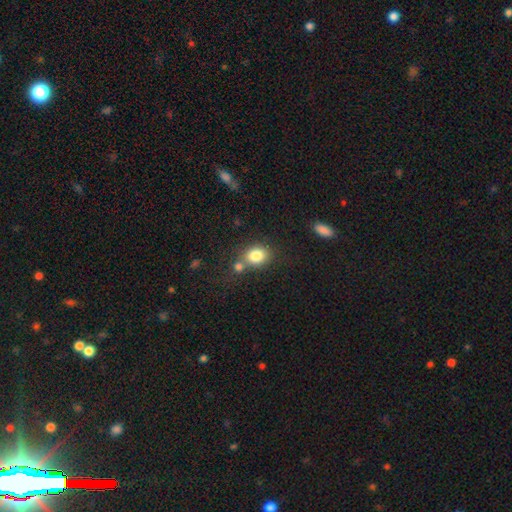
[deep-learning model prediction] smooth-or-featured: smooth: 81% | star or artifact: 10% | featured or disk: 9%
  how-rounded: in between: 54% | round: 45% | cigar-shaped: 1%
  merging: none: 55% | merger: 28% | minor disturbance: 12% | major disturbance: 5%